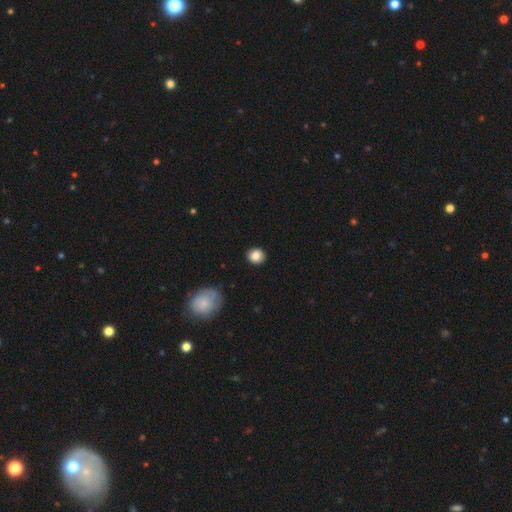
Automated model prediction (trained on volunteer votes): This is clearly a smooth galaxy (84%). How rounded: likely round (78%). Merging: clearly none (89%).